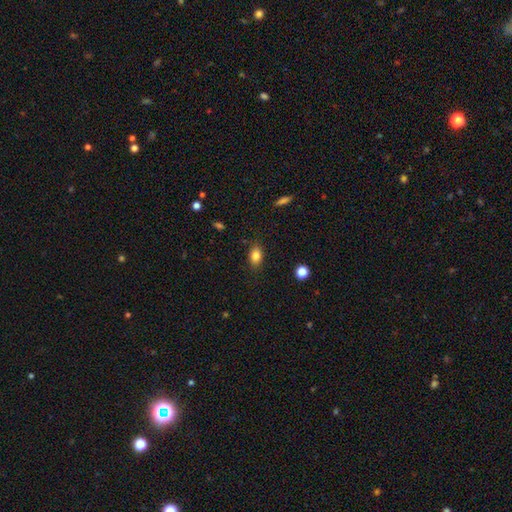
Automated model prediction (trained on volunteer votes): The model was most divided on "how rounded": in between: 83%, round: 14%, cigar-shaped: 3%. More confident: merging — none (84%); smooth or featured — smooth (83%).